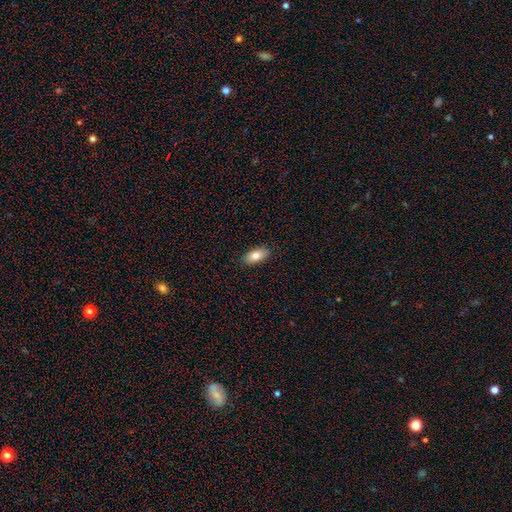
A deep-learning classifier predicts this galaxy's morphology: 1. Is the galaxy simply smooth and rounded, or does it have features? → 82% smooth, 11% featured or disk, 7% star or artifact.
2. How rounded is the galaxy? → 92% in between, 5% cigar-shaped, 3% round.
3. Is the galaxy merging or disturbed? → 89% none, 9% minor disturbance, 2% major disturbance, 1% merger.